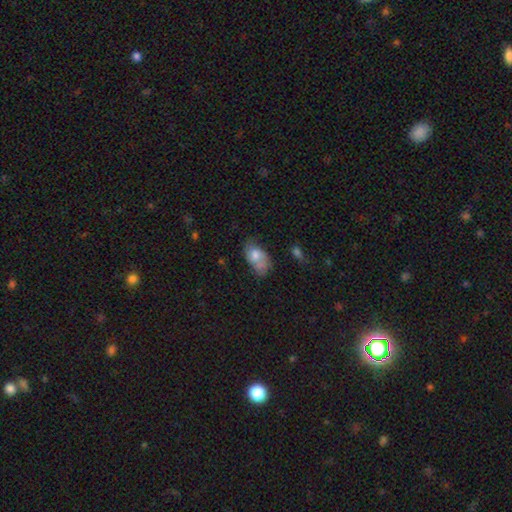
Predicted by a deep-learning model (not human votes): Smooth or featured? Predicted: smooth (p=0.67). How rounded? Predicted: in between (p=0.89). Merging? Predicted: none (p=0.35).